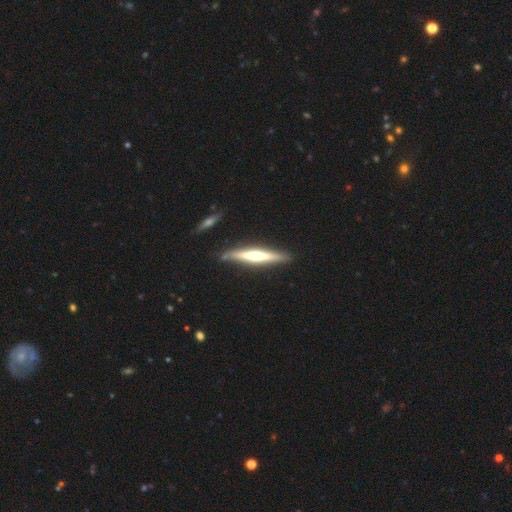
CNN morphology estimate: The model was most divided on "smooth or featured": featured or disk: 61%, smooth: 34%, star or artifact: 5%. More confident: edge-on disk — yes (95%); merging — none (85%); edge-on bulge — rounded (78%).